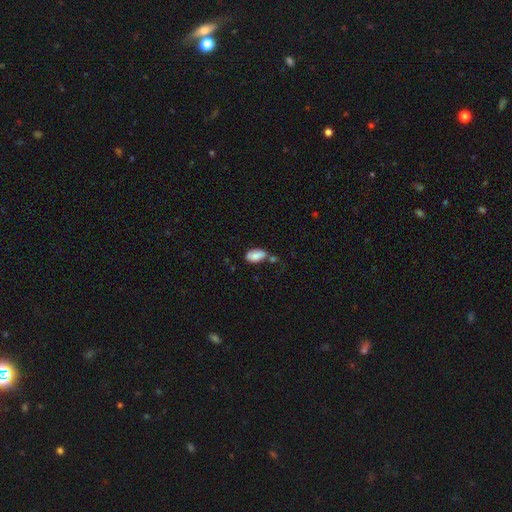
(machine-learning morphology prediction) smooth-or-featured: smooth: 80% | featured or disk: 12% | star or artifact: 8%
  how-rounded: in between: 93% | round: 4% | cigar-shaped: 4%
  merging: none: 44% | minor disturbance: 26% | merger: 22% | major disturbance: 8%